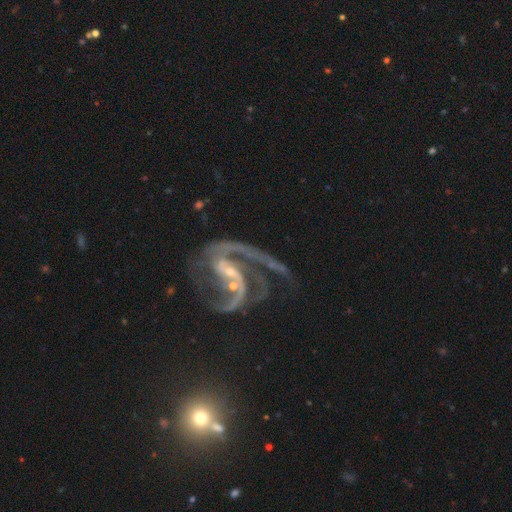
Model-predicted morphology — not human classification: smooth-or-featured: featured or disk: 88% | star or artifact: 8% | smooth: 4%
  disk-edge-on: no: 96% | yes: 4%
    bar: strong: 48% | weak: 34% | no: 18%
    has-spiral-arms: yes: 96% | no: 4%
      spiral-winding: medium: 49% | loose: 30% | tight: 20%
      spiral-arm-count: 2: 74% | 1: 7% | 3: 6% | can't tell: 6% | 4: 3% | more than 4: 3%
    bulge-size: small: 67% | moderate: 21% | none: 8% | large: 2% | dominant: 2%
  merging: none: 43% | major disturbance: 31% | minor disturbance: 17% | merger: 10%